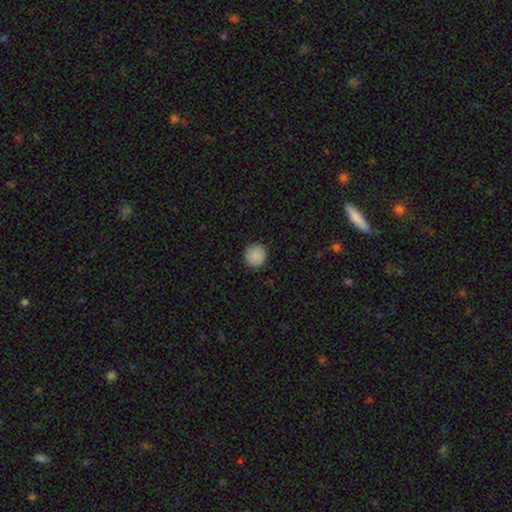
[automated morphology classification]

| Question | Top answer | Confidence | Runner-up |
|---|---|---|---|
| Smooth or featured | smooth | 88% | star or artifact (8%) |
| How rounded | round | 94% | in between (5%) |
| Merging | none | 91% | minor disturbance (6%) |